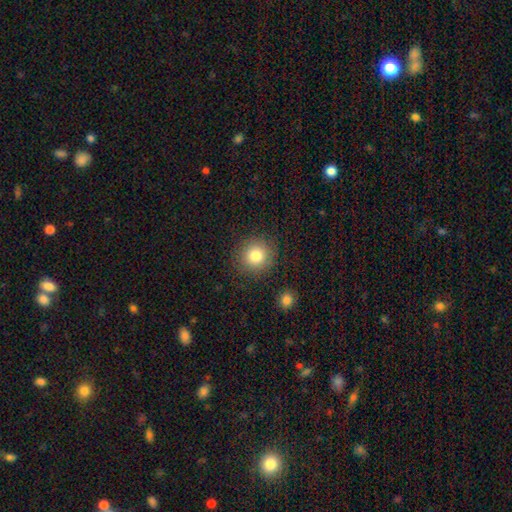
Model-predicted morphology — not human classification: Smooth or featured?
  - smooth: 81% *
  - star or artifact: 11%
  - featured or disk: 8%
How rounded?
  - round: 91% *
  - in between: 8%
  - cigar-shaped: 1%
Merging?
  - none: 87% *
  - minor disturbance: 8%
  - major disturbance: 3%
  - merger: 2%